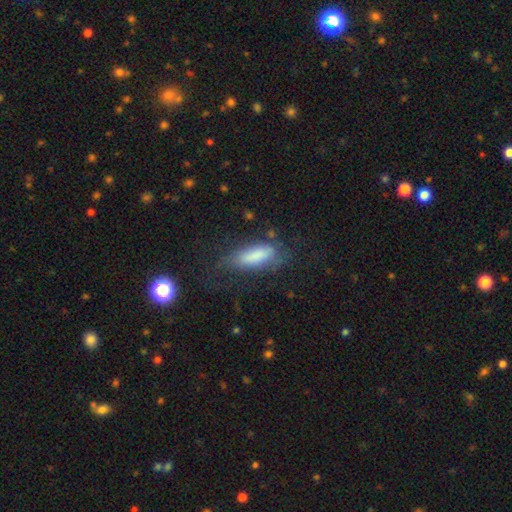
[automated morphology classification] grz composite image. It shows a smooth galaxy with no disk features (73%) that is in between round and cigar-shaped (62%). Merging: none (53%).